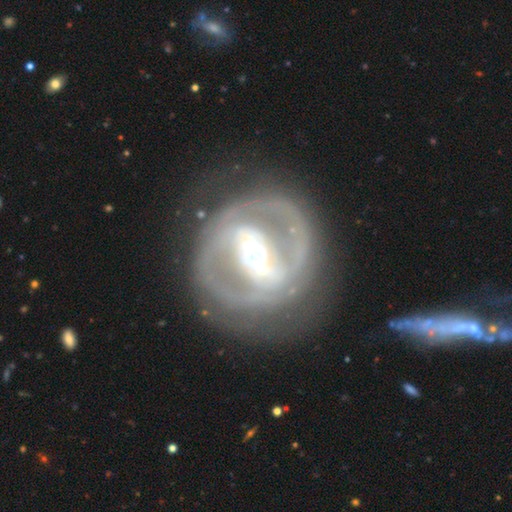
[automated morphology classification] Q: Smooth or featured?
A: featured or disk (84%); runner-up: smooth (10%)
Q: Edge-on disk?
A: no (91%); runner-up: yes (9%)
Q: Bar?
A: strong (69%); runner-up: weak (20%)
Q: Spiral arms?
A: yes (65%); runner-up: no (35%)
Q: Spiral winding?
A: tight (53%); runner-up: medium (32%)
Q: Spiral arm count?
A: 2 (67%); runner-up: can't tell (18%)
Q: Bulge size?
A: moderate (60%); runner-up: large (22%)
Q: Merging?
A: none (75%); runner-up: minor disturbance (13%)